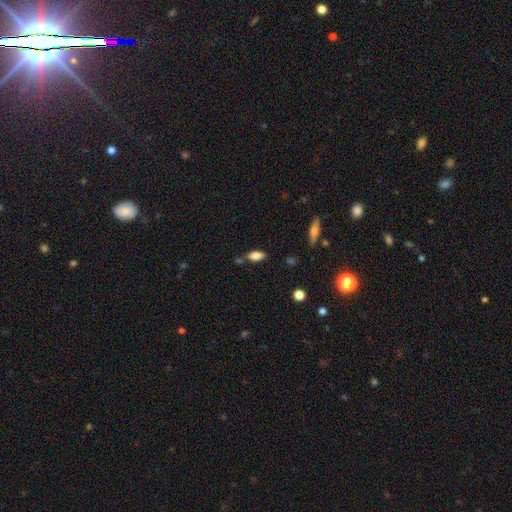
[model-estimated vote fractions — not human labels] smooth-or-featured: smooth: 76% | featured or disk: 16% | star or artifact: 8%
  how-rounded: in between: 81% | cigar-shaped: 17% | round: 3%
  merging: none: 72% | minor disturbance: 15% | merger: 10% | major disturbance: 4%